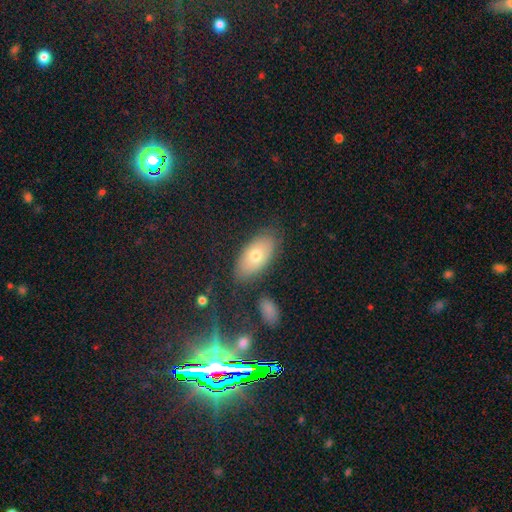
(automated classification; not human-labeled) Q: Smooth or featured?
A: smooth (70%); runner-up: featured or disk (21%)
Q: How rounded?
A: in between (93%); runner-up: round (4%)
Q: Merging?
A: none (80%); runner-up: minor disturbance (13%)